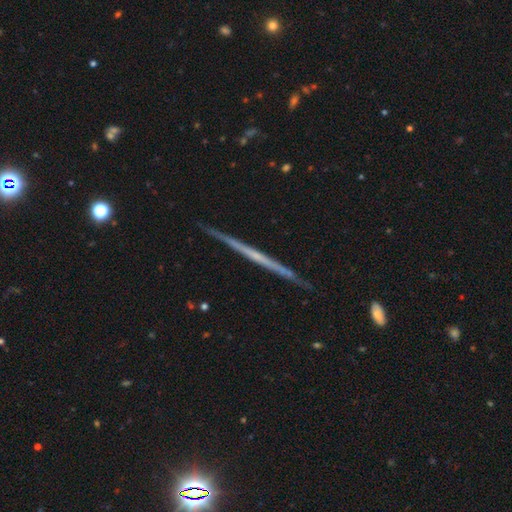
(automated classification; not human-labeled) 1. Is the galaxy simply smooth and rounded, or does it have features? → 72% featured or disk, 22% smooth, 6% star or artifact.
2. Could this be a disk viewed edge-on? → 98% yes, 2% no.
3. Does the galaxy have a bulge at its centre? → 82% none, 14% rounded, 5% boxy.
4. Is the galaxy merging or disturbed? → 89% none, 8% minor disturbance, 1% major disturbance, 1% merger.